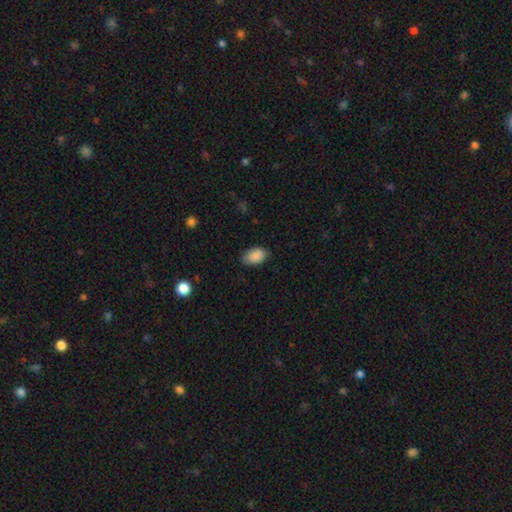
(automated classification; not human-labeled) Smooth or featured? smooth (89%)
How rounded? in between (90%)
Merging? none (75%)